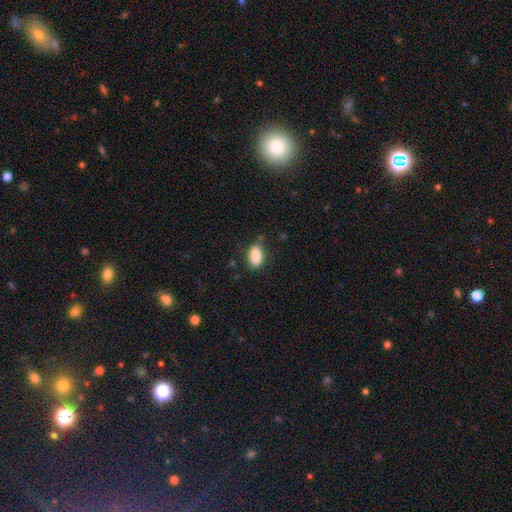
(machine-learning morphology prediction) Q: Smooth or featured?
A: smooth (87%); runner-up: star or artifact (8%)
Q: How rounded?
A: in between (89%); runner-up: cigar-shaped (7%)
Q: Merging?
A: none (77%); runner-up: minor disturbance (18%)